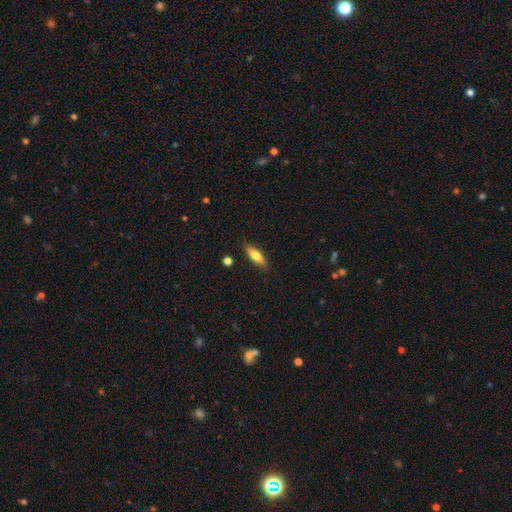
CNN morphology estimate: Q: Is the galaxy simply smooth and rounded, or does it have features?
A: smooth — 67%.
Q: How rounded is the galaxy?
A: in between — 55%.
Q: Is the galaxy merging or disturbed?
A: none — 85%.